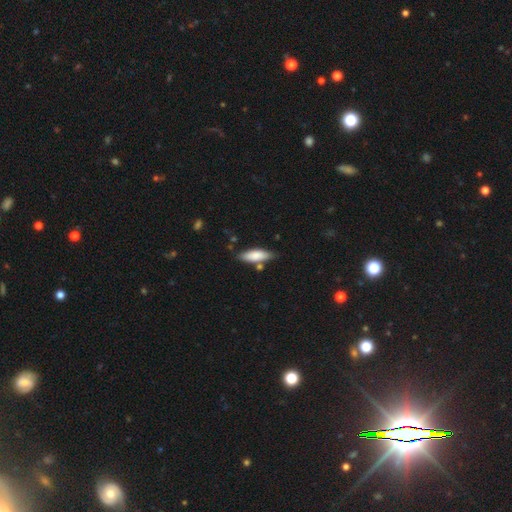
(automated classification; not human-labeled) A smooth galaxy with no disk features (80%) that is in between round and cigar-shaped (58%). Merging: none (73%).